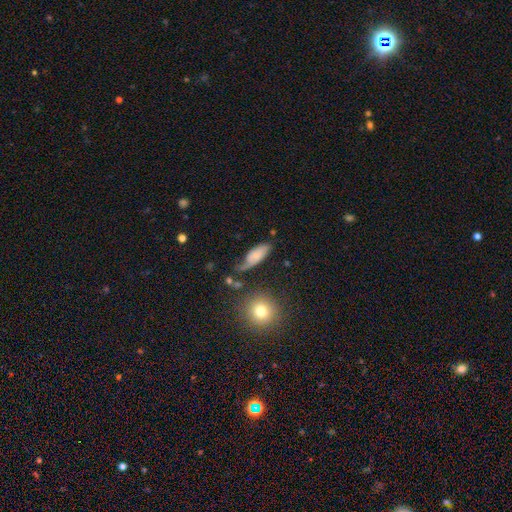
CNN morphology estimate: smooth_or_featured: smooth (p=0.61) [alt: featured or disk p=0.31]
how_rounded: in between (p=0.75) [alt: cigar-shaped p=0.20]
merging: none (p=0.50) [alt: minor disturbance p=0.30]